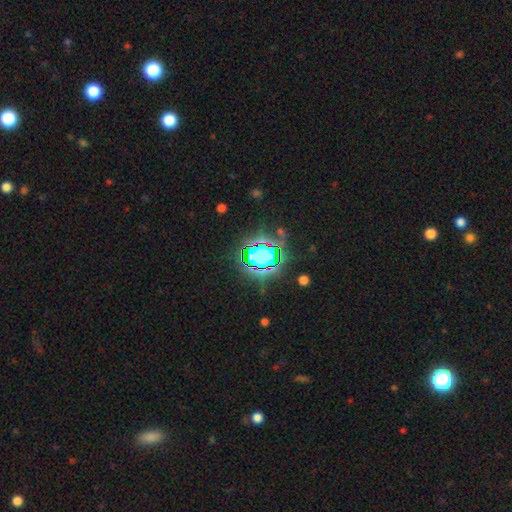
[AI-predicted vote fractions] Smooth or featured: star or artifact — 68% (smooth — 19%)